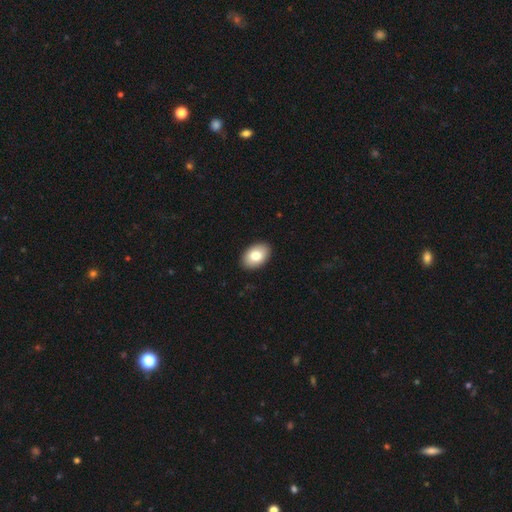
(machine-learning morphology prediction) Q: Smooth or featured?
A: smooth (81%); runner-up: featured or disk (13%)
Q: How rounded?
A: in between (89%); runner-up: round (10%)
Q: Merging?
A: none (90%); runner-up: minor disturbance (7%)